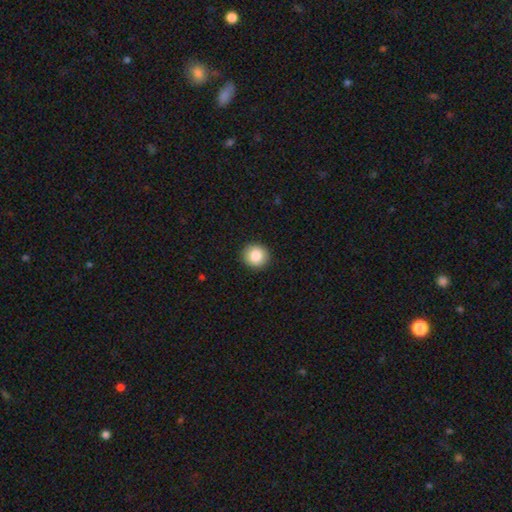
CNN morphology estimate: Smooth or featured?
  - smooth: 86% *
  - star or artifact: 9%
  - featured or disk: 5%
How rounded?
  - round: 93% *
  - in between: 6%
  - cigar-shaped: 1%
Merging?
  - none: 93% *
  - minor disturbance: 5%
  - major disturbance: 2%
  - merger: 1%